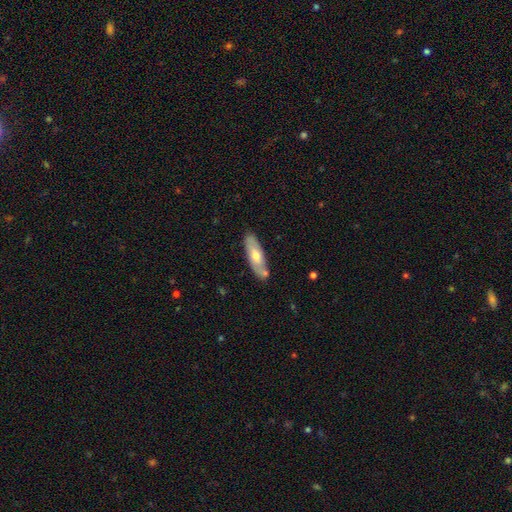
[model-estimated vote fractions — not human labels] smooth-or-featured: smooth: 57% | featured or disk: 37% | star or artifact: 6%
  how-rounded: in between: 54% | cigar-shaped: 43% | round: 2%
  merging: none: 75% | minor disturbance: 15% | merger: 8% | major disturbance: 3%